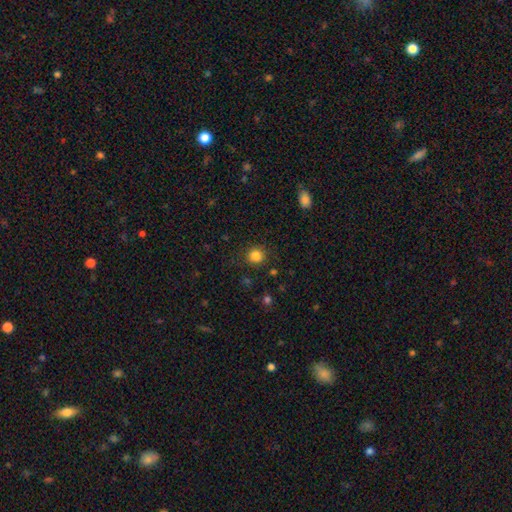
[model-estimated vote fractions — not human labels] Smooth or featured? Predicted: smooth (p=0.84). How rounded? Predicted: round (p=0.91). Merging? Predicted: none (p=0.87).